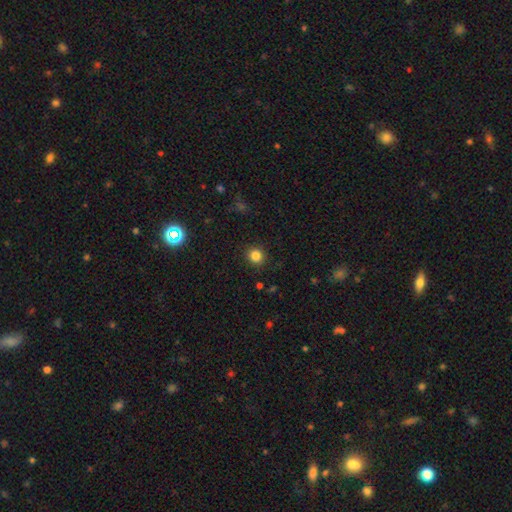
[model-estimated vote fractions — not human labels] Smooth or featured: smooth — 82% (star or artifact — 13%)
How rounded: round — 91% (in between — 8%)
Merging: none — 91% (minor disturbance — 6%)